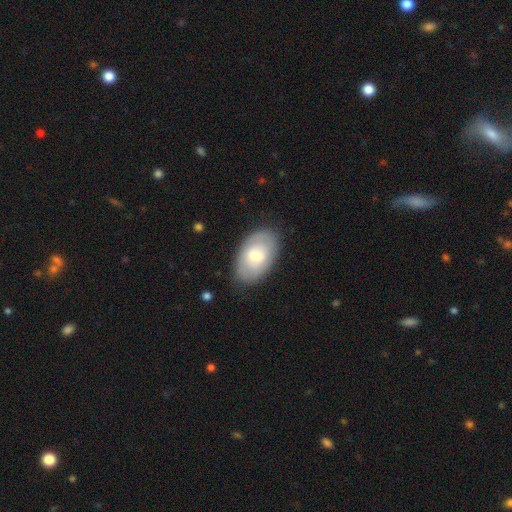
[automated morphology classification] Q: Smooth or featured?
A: smooth (63%); runner-up: featured or disk (32%)
Q: How rounded?
A: in between (92%); runner-up: round (7%)
Q: Merging?
A: none (81%); runner-up: minor disturbance (14%)